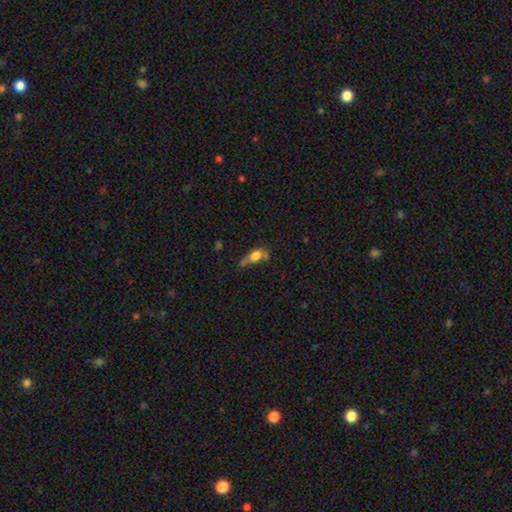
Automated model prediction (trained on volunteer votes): Overall: smooth (61%; featured or disk 27%). How rounded: in between (65%). Merging: none (30%; major disturbance 29%).